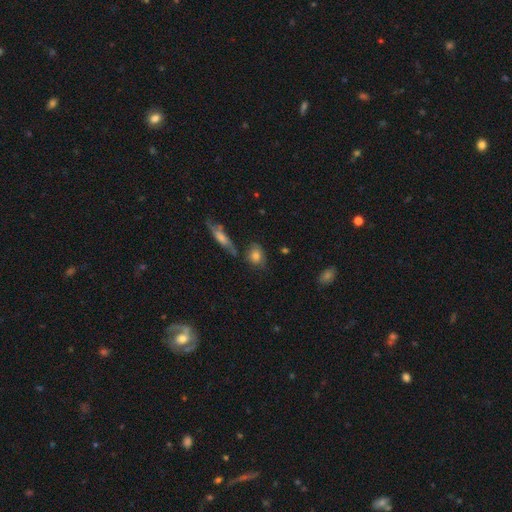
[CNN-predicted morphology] Q: Smooth or featured?
A: smooth (74%); runner-up: featured or disk (17%)
Q: How rounded?
A: in between (49%); runner-up: round (46%)
Q: Merging?
A: none (59%); runner-up: minor disturbance (23%)